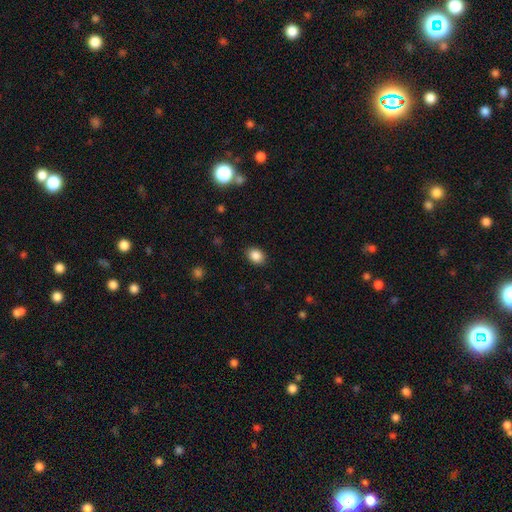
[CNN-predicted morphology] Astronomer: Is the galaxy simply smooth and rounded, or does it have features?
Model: smooth — 87%.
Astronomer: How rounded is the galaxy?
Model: in between — 62%.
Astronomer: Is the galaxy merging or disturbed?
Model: none — 88%.